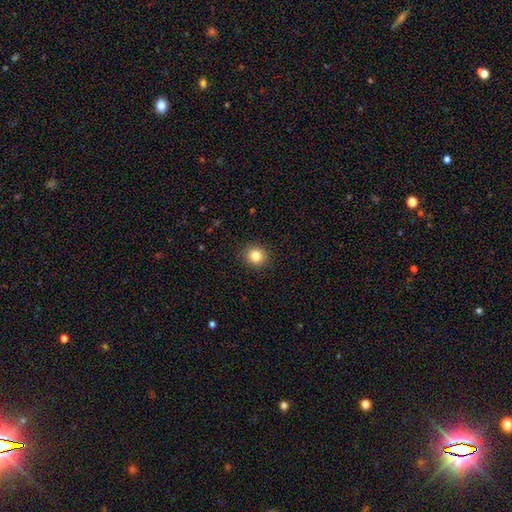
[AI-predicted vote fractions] Q: Smooth or featured?
A: smooth (82%); runner-up: star or artifact (12%)
Q: How rounded?
A: round (87%); runner-up: in between (12%)
Q: Merging?
A: none (91%); runner-up: minor disturbance (6%)